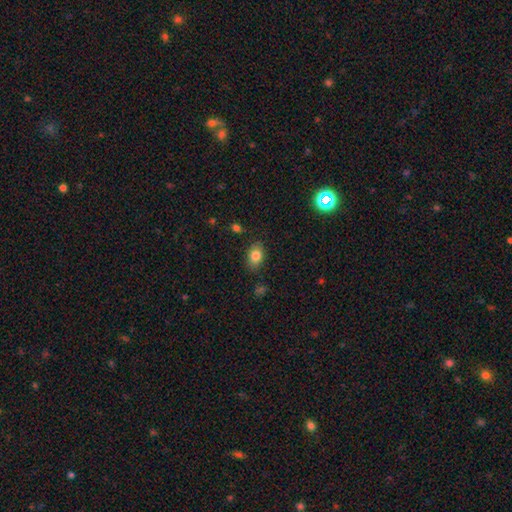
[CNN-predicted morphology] Smooth or featured: smooth — 82% (star or artifact — 9%)
How rounded: in between — 78% (round — 20%)
Merging: none — 82% (minor disturbance — 13%)